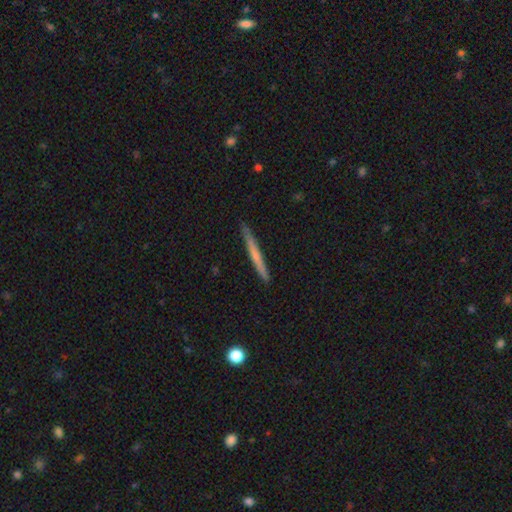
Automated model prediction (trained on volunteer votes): smooth-or-featured: smooth: 49% | featured or disk: 45% | star or artifact: 6%
  merging: none: 89% | minor disturbance: 8% | major disturbance: 1% | merger: 1%